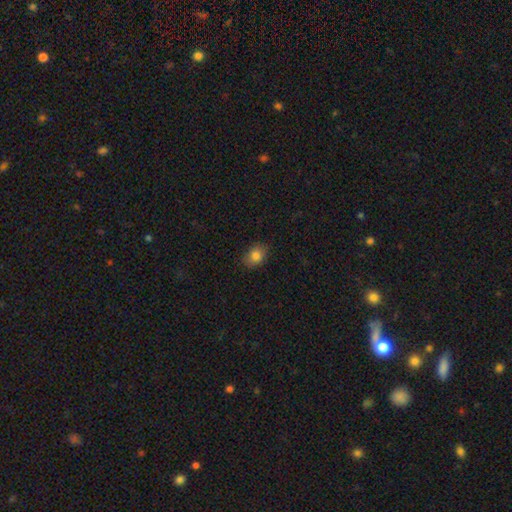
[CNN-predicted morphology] Smooth or featured: smooth — 83% (star or artifact — 11%)
How rounded: in between — 67% (round — 31%)
Merging: none — 83% (minor disturbance — 13%)